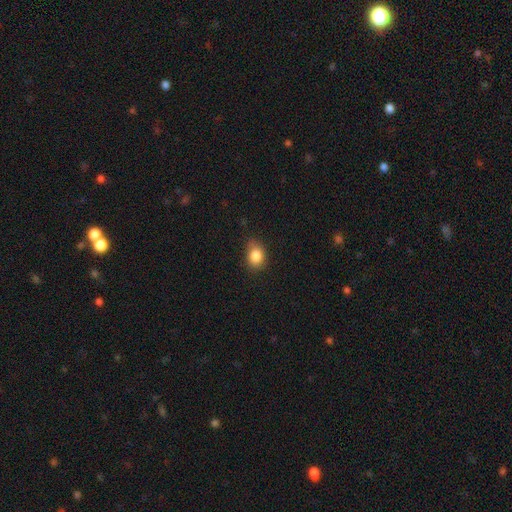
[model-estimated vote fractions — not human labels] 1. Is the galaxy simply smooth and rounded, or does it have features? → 84% smooth, 10% star or artifact, 6% featured or disk.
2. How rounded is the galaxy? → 54% in between, 45% round, 1% cigar-shaped.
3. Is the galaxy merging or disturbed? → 70% none, 24% minor disturbance, 4% major disturbance, 1% merger.